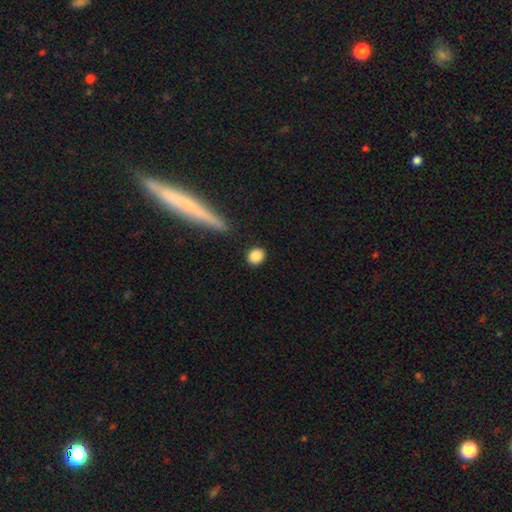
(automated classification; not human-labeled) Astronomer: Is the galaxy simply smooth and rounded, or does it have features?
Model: smooth — 87%.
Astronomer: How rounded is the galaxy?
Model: round — 68%.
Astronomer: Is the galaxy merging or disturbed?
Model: none — 88%.